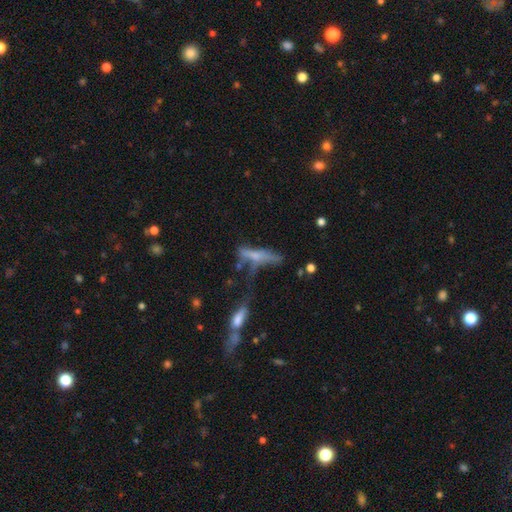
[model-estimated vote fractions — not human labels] This is possibly a smooth galaxy (48%). Merging: marginally merger (30%).